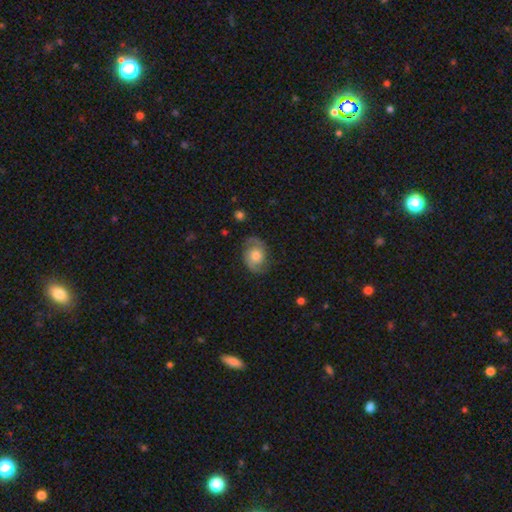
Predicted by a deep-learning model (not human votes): This appears to be a featured or disk galaxy (65%) with no bar (74%), 2 (88%) medium (47%) spiral arms (89%) and a moderate central bulge (61%). Merging: none (75%).